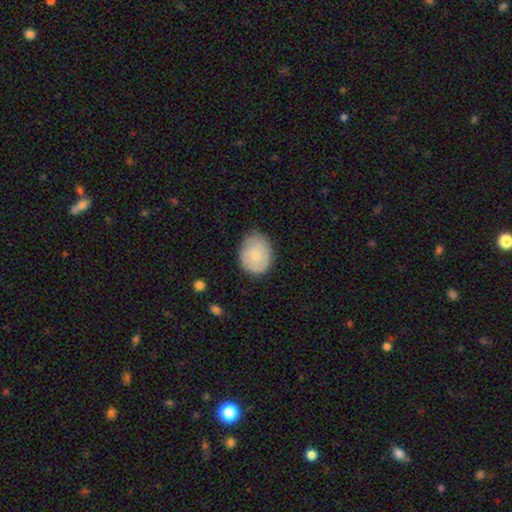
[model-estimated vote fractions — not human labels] Morphology: type=smooth (71%); roundness=round (54%); merging=none (75%).